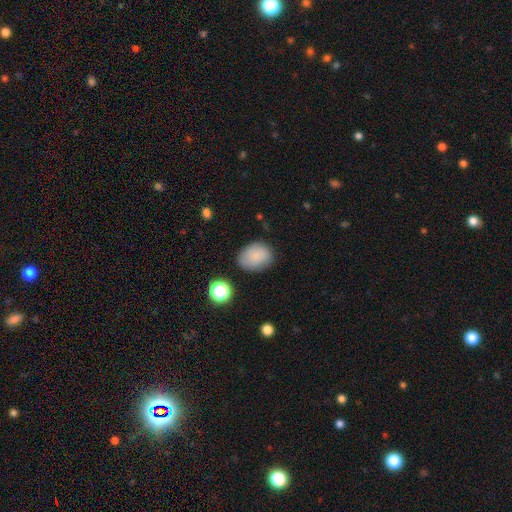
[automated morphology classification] Smooth or featured?
  - smooth: 85% *
  - star or artifact: 9%
  - featured or disk: 6%
How rounded?
  - in between: 63% *
  - round: 36%
  - cigar-shaped: 1%
Merging?
  - none: 78% *
  - minor disturbance: 16%
  - major disturbance: 4%
  - merger: 2%